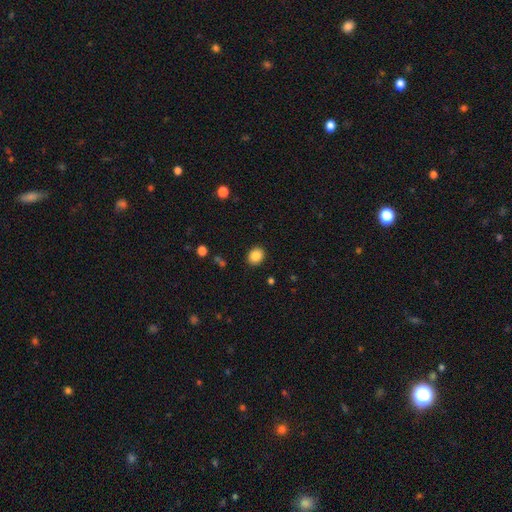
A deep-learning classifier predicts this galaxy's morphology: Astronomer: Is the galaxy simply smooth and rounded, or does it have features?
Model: smooth — 86%.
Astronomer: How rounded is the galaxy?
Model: round — 60% (runner-up: in between, 39%).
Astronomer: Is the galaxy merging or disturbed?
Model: none — 90%.